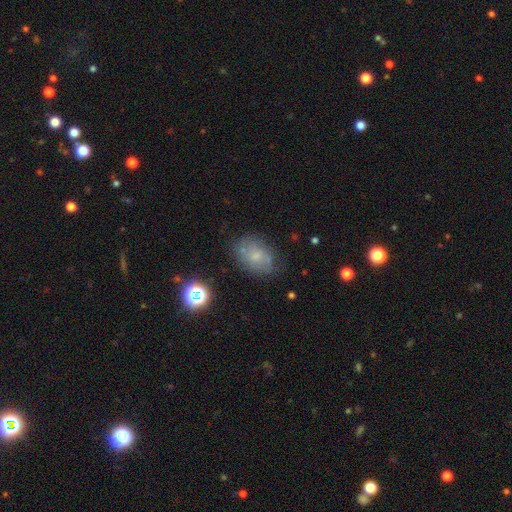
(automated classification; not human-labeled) The model was most divided on "smooth or featured": smooth: 62%, featured or disk: 25%, star or artifact: 13%. More confident: how rounded — in between (77%); merging — none (66%).